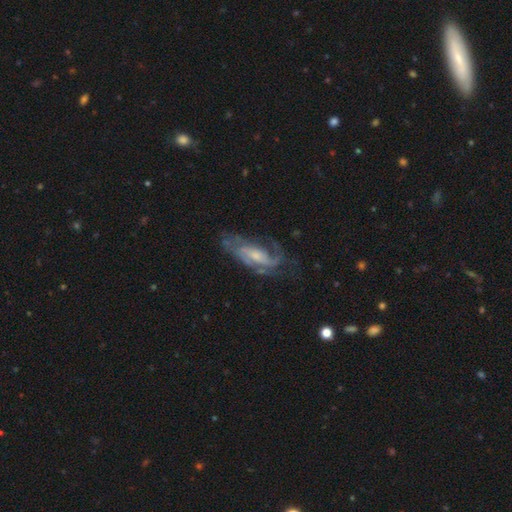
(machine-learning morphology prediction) A featured or disk galaxy (81%) with no bar (50%), 2 (47%) medium (47%) spiral arms (92%) and a small central bulge (43%). Merging: none (56%).